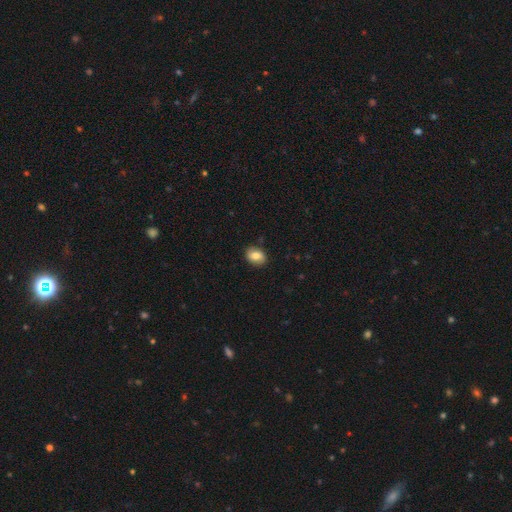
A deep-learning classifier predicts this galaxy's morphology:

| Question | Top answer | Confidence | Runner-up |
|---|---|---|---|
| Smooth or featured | smooth | 79% | featured or disk (13%) |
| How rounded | in between | 67% | round (31%) |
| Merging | none | 86% | minor disturbance (11%) |